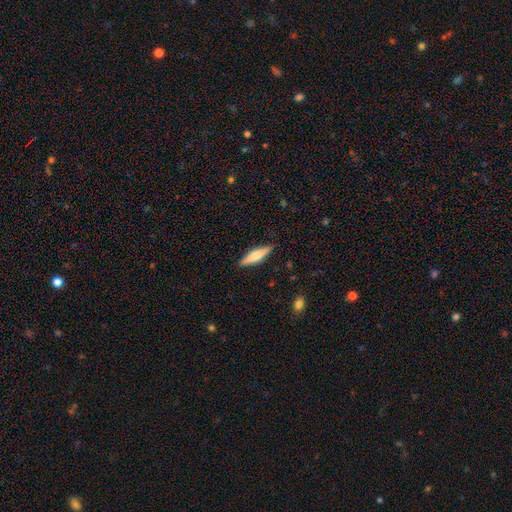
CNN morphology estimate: Overall: smooth (50%; featured or disk 44%). Merging: none (89%).